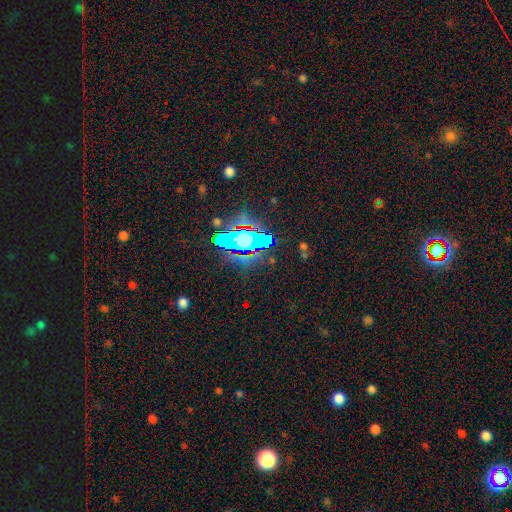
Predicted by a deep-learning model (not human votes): Morphology: type=star or artifact (83%).